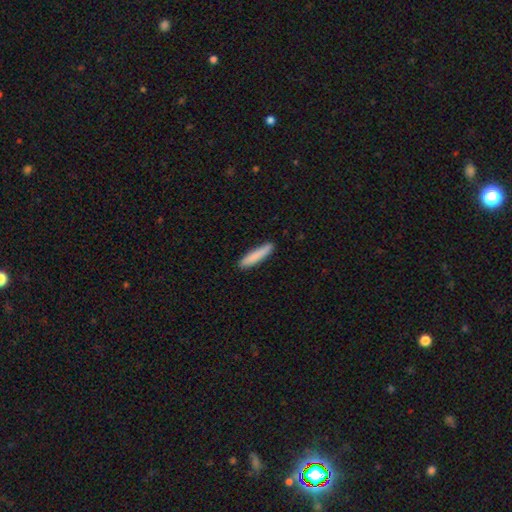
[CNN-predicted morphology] smooth_or_featured: smooth (p=0.84) [alt: featured or disk p=0.10]
how_rounded: cigar-shaped (p=0.89) [alt: in between p=0.10]
merging: none (p=0.86) [alt: minor disturbance p=0.11]